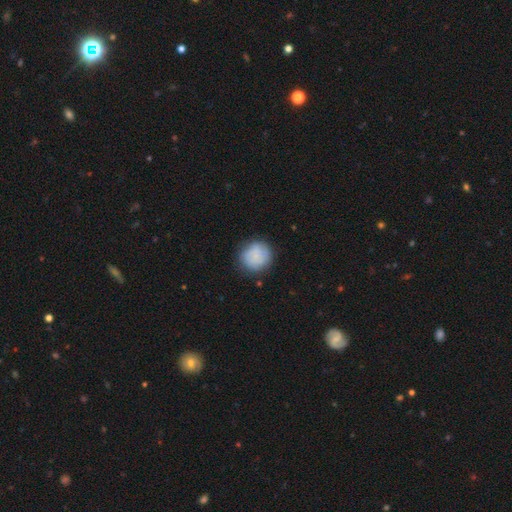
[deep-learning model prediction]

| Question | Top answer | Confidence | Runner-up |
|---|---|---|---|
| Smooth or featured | smooth | 79% | featured or disk (13%) |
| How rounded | round | 90% | in between (9%) |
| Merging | none | 78% | minor disturbance (16%) |